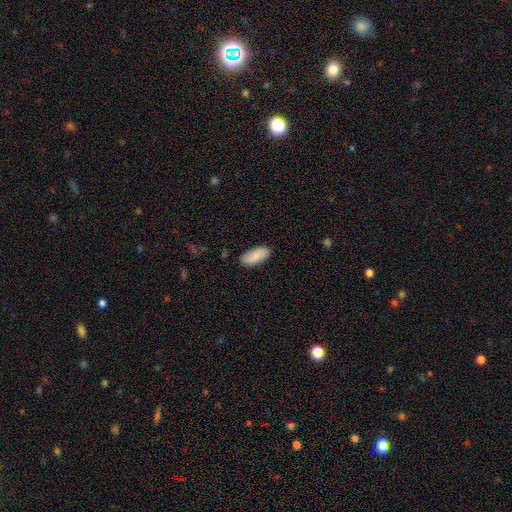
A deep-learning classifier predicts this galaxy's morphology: This is clearly a smooth galaxy (86%). How rounded: clearly in between (88%). Merging: clearly none (85%).